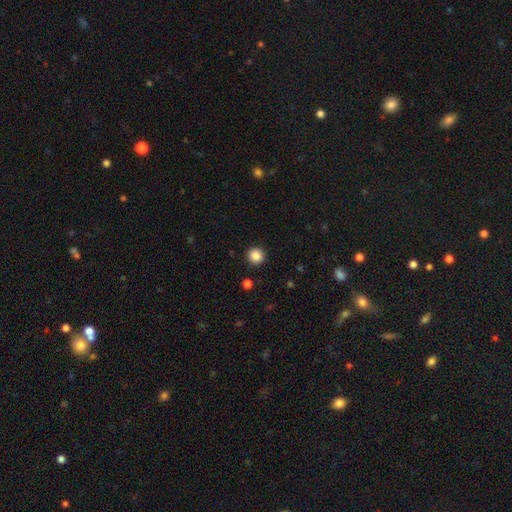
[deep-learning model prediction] Smooth or featured? Predicted: smooth (p=0.87). How rounded? Predicted: round (p=0.94). Merging? Predicted: none (p=0.92).